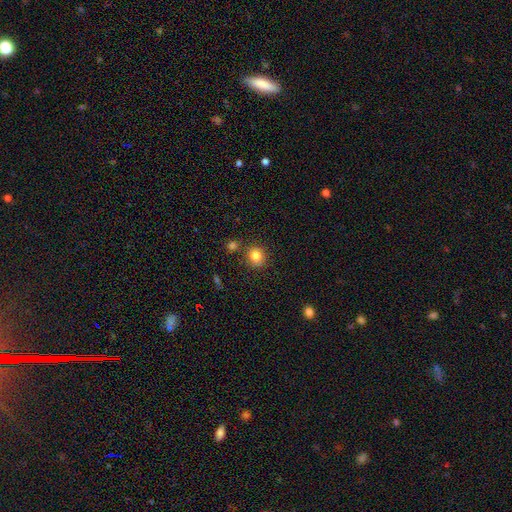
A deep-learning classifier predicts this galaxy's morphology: Smooth or featured?
  - smooth: 83% *
  - star or artifact: 11%
  - featured or disk: 6%
How rounded?
  - round: 83% *
  - in between: 16%
  - cigar-shaped: 1%
Merging?
  - none: 80% *
  - minor disturbance: 10%
  - merger: 7%
  - major disturbance: 3%